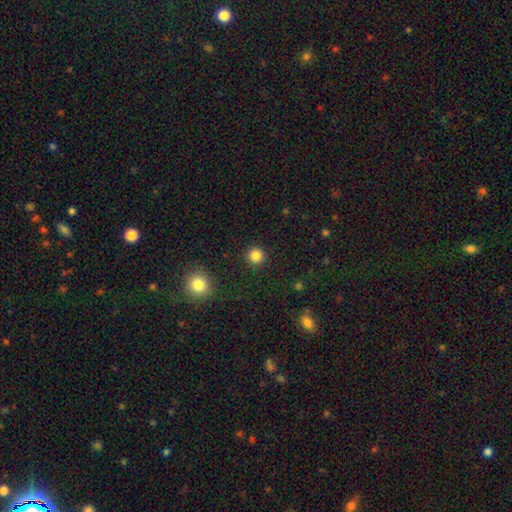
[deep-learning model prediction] Smooth or featured? Predicted: smooth (p=0.85). How rounded? Predicted: round (p=0.95). Merging? Predicted: none (p=0.92).